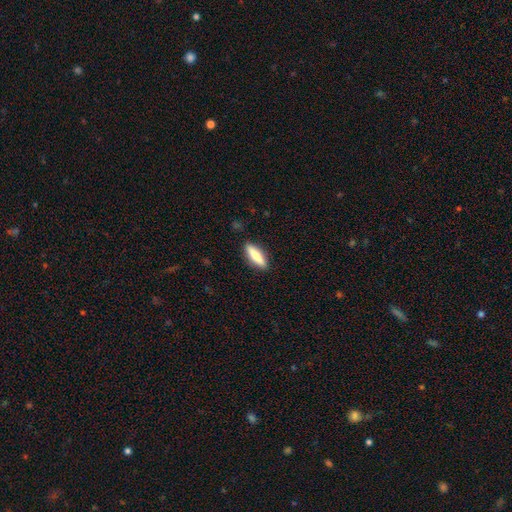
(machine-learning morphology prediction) smooth 78%, featured or disk 17%, star or artifact 6%. Down the decision tree: how rounded — cigar-shaped (55%); merging — none (88%).